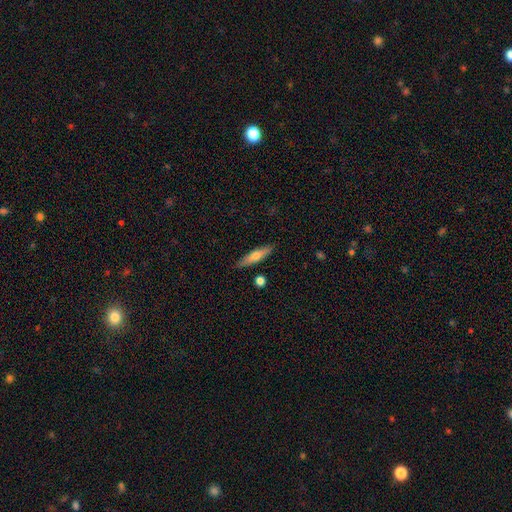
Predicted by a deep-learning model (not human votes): The model was most divided on "smooth or featured": smooth: 56%, featured or disk: 38%, star or artifact: 6%. More confident: merging — none (86%); how rounded — cigar-shaped (77%).